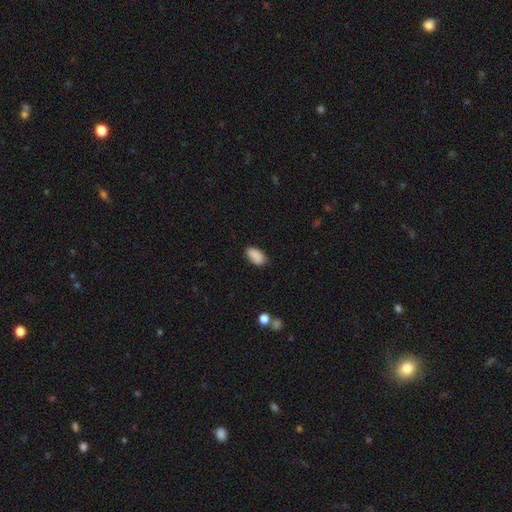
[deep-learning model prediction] A smooth galaxy with no disk features (89%) that is in between round and cigar-shaped (94%). Merging: none (83%).